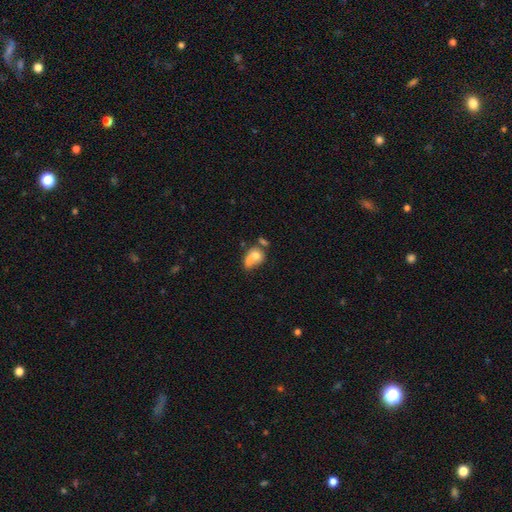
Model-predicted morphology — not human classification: This is likely a smooth galaxy (66%). How rounded: possibly in between (53%). Merging: likely merger (64%).